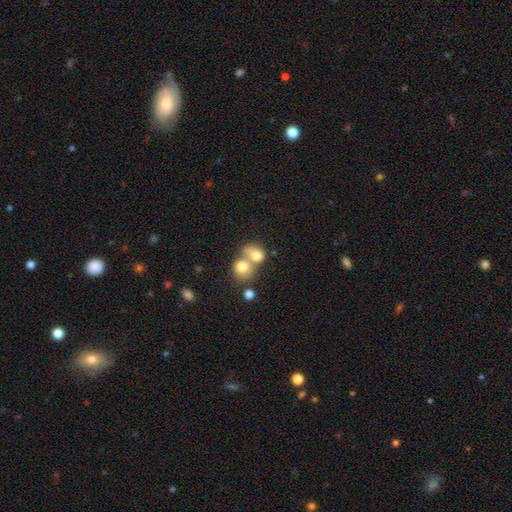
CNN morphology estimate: Smooth or featured?
  - smooth: 75% *
  - featured or disk: 16%
  - star or artifact: 10%
How rounded?
  - round: 58% *
  - in between: 41%
  - cigar-shaped: 1%
Merging?
  - merger: 67% *
  - none: 22%
  - minor disturbance: 7%
  - major disturbance: 5%